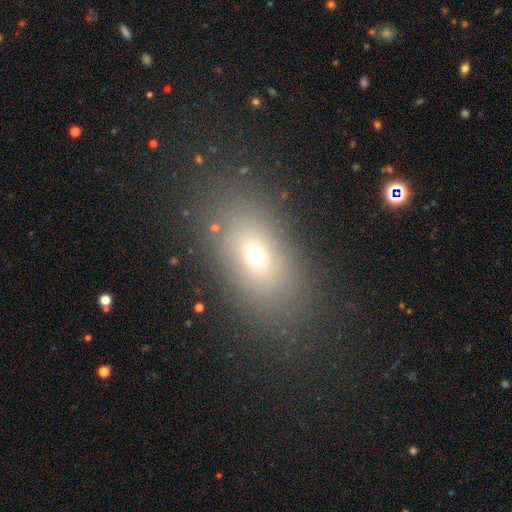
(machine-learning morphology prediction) type=smooth (66%); roundness=in between (79%); merging=none (83%).